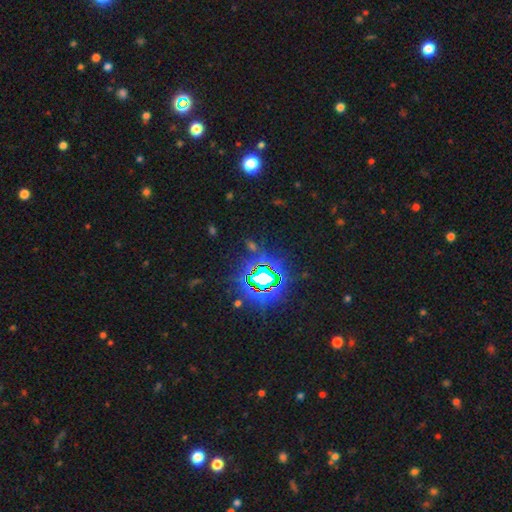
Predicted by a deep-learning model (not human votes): Smooth or featured? star or artifact (85%)